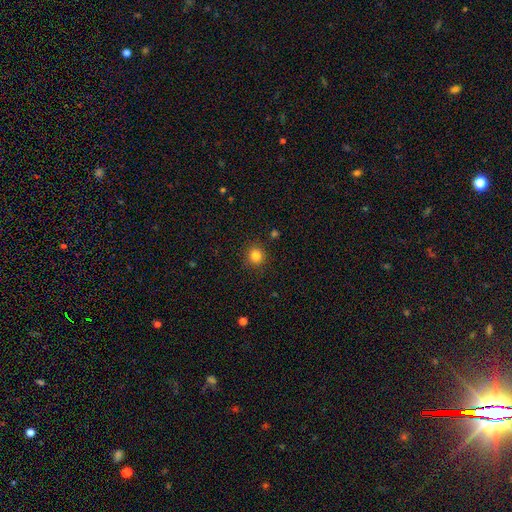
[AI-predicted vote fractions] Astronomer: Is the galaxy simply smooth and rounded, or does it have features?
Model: smooth — 83%.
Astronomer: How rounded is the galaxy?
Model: round — 91%.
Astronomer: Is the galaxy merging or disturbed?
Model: none — 89%.